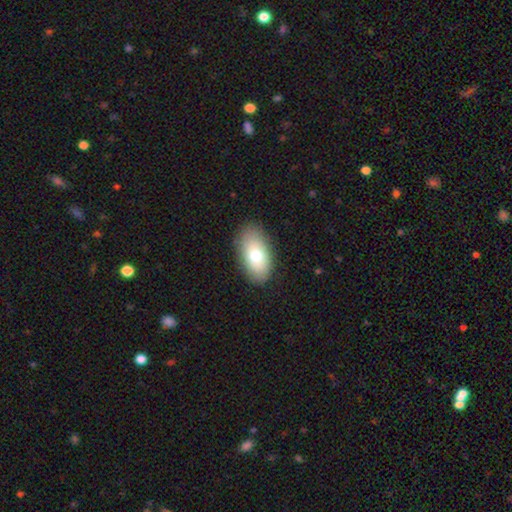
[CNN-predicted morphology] type=smooth (74%); roundness=in between (94%); merging=none (84%).